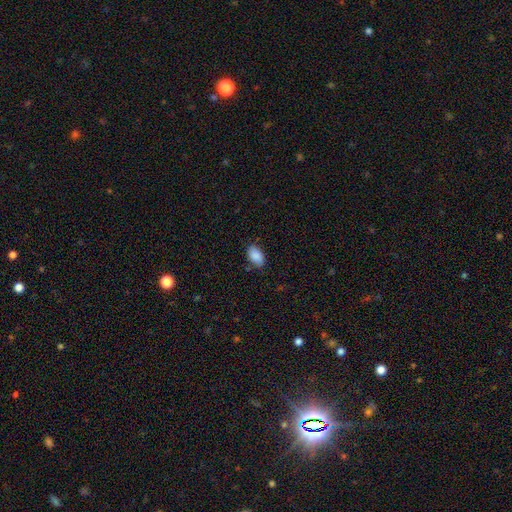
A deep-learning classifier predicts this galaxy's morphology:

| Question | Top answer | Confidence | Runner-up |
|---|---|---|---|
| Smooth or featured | smooth | 88% | star or artifact (7%) |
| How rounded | in between | 93% | round (6%) |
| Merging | none | 81% | minor disturbance (15%) |